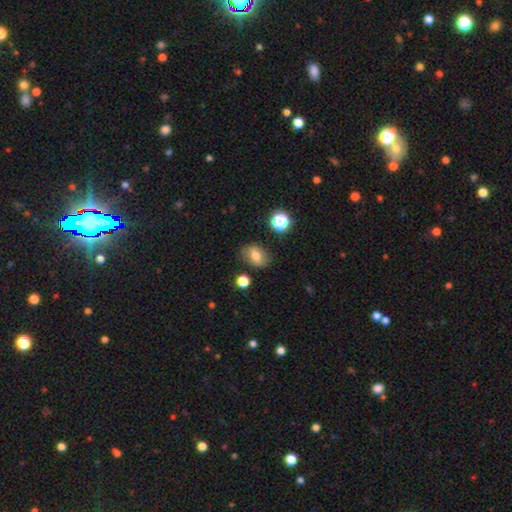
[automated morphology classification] Smooth or featured? smooth (68%)
How rounded? in between (71%)
Merging? none (77%)